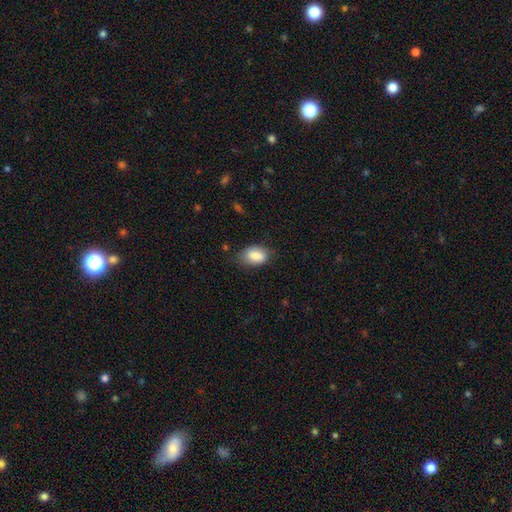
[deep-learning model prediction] A smooth galaxy with no disk features (86%) that is in between round and cigar-shaped (88%).

Vote fractions:
- Smooth or featured? smooth: 86% / featured or disk: 8% / star or artifact: 7%
- How rounded? in between: 88% / round: 11% / cigar-shaped: 2%
- Merging? none: 70% / minor disturbance: 24% / major disturbance: 5% / merger: 2%